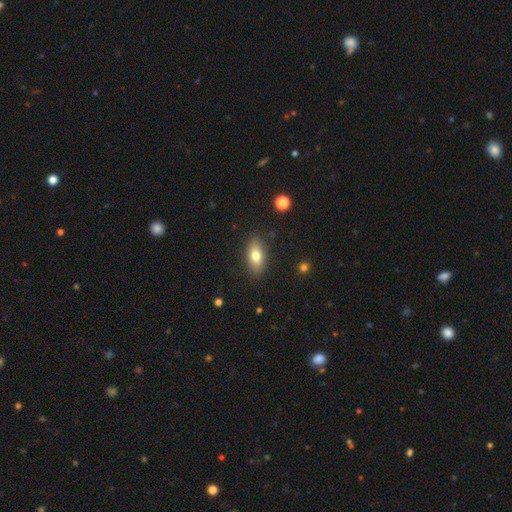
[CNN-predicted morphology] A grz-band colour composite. It shows a smooth galaxy with no disk features (74%) that is in between round and cigar-shaped (84%). Merging: none (86%).